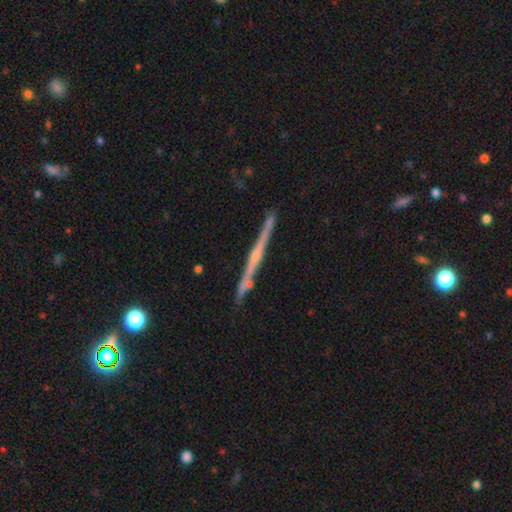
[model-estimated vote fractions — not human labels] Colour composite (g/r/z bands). It shows a featured or disk galaxy (76%) viewed edge-on (98%) with a rounded central bulge (50%). Merging: none (85%).